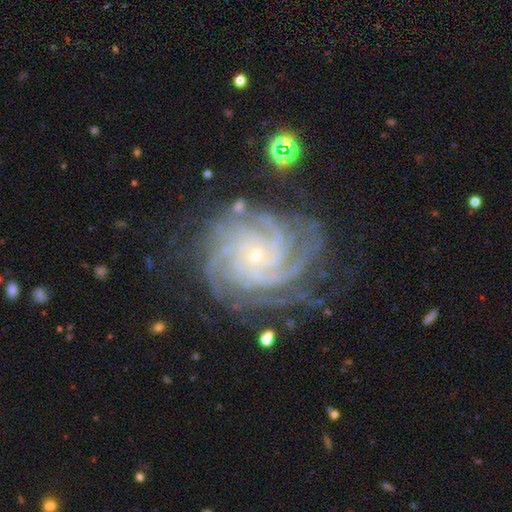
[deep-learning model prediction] smooth-or-featured: featured or disk: 90% | star or artifact: 6% | smooth: 4%
  disk-edge-on: no: 98% | yes: 2%
    bar: no: 77% | weak: 16% | strong: 6%
    has-spiral-arms: yes: 99% | no: 1%
      spiral-winding: tight: 77% | medium: 20% | loose: 3%
      spiral-arm-count: more than 4: 36% | 4: 29% | can't tell: 11% | 3: 10% | 2: 7% | 1: 7%
    bulge-size: small: 87% | moderate: 9% | none: 2% | large: 1% | dominant: 1%
  merging: none: 75% | minor disturbance: 16% | major disturbance: 7% | merger: 2%